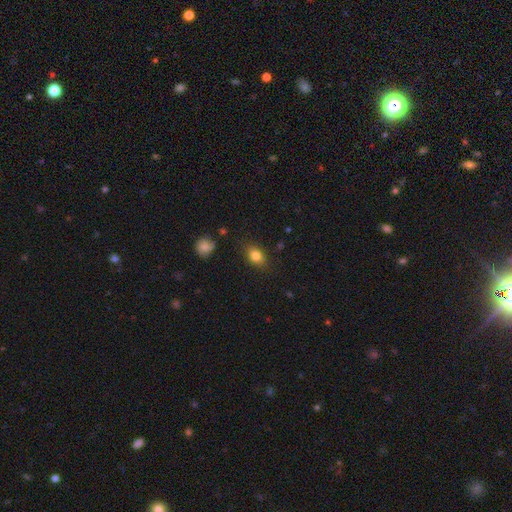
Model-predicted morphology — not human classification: This appears to be a smooth galaxy with no disk features (82%) that is in between round and cigar-shaped (76%). Merging: none (83%).